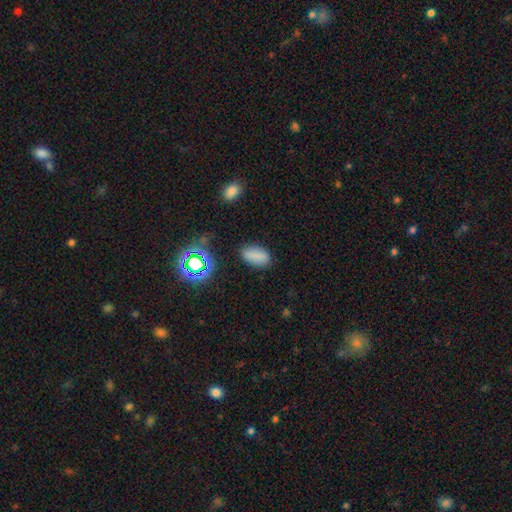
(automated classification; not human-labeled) Smooth or featured? Predicted: smooth (p=0.79). How rounded? Predicted: in between (p=0.91). Merging? Predicted: none (p=0.81).